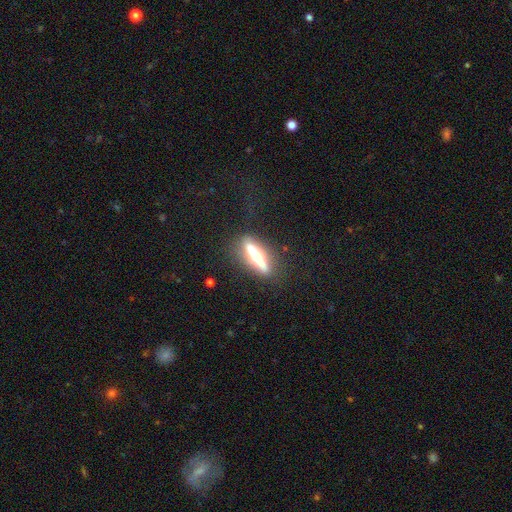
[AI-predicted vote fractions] Smooth or featured? featured or disk (49%)
Merging? none (83%)